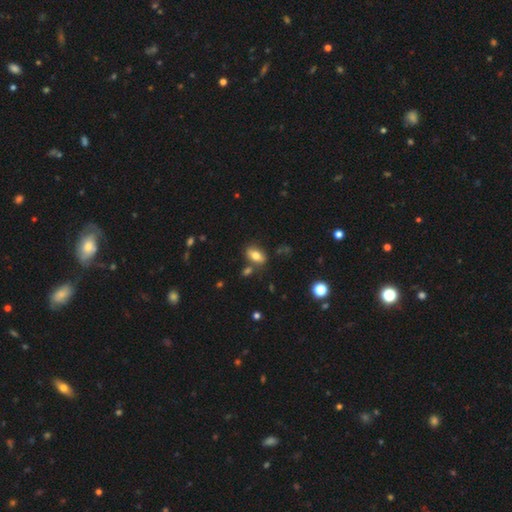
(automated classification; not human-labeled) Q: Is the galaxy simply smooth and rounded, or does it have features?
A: smooth — 78%.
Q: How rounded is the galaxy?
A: in between — 88%.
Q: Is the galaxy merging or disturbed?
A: none — 75%.